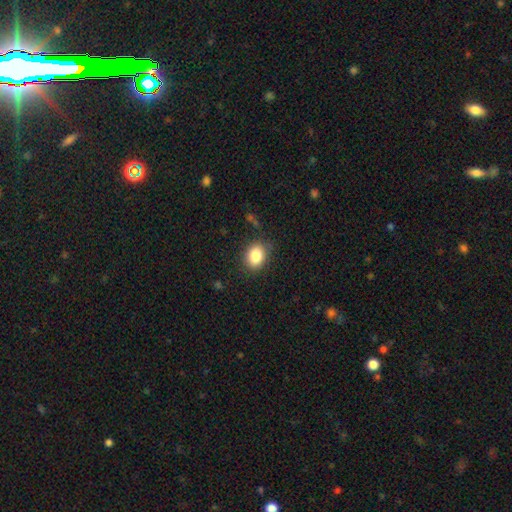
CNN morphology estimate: Overall: smooth (85%). How rounded: in between (59%; round 40%). Merging: none (85%).